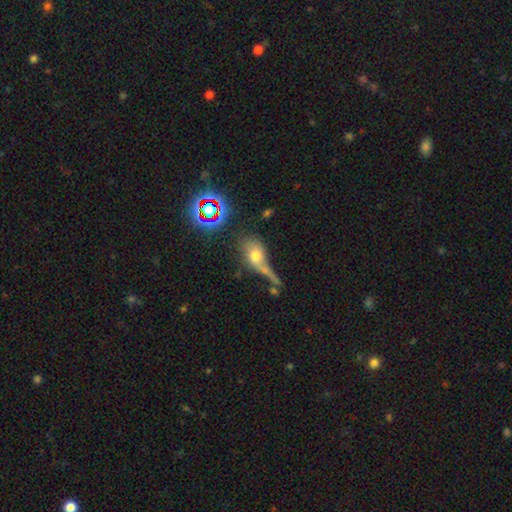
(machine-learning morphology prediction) type=smooth (57%); roundness=in between (62%); merging=none (29%).